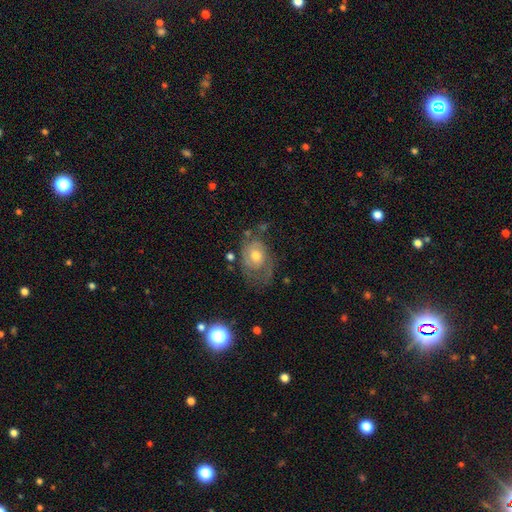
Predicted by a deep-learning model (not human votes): This appears to be a featured or disk galaxy (69%) with no bar (79%), 2 (48%) tight (49%) spiral arms (83%) and a moderate central bulge (68%). Merging: none (51%).